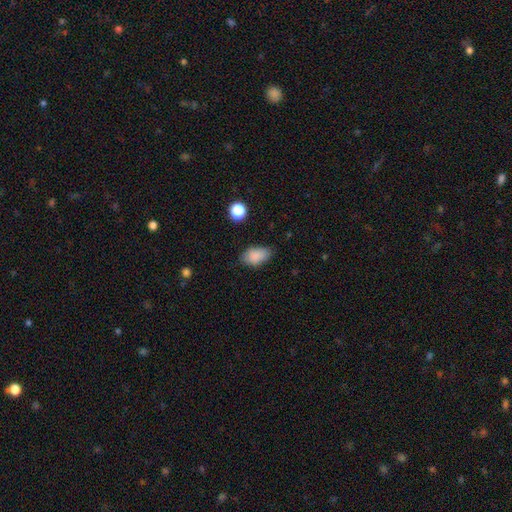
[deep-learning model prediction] smooth_or_featured: smooth (p=0.86) [alt: star or artifact p=0.09]
how_rounded: in between (p=0.89) [alt: round p=0.09]
merging: none (p=0.71) [alt: minor disturbance p=0.23]